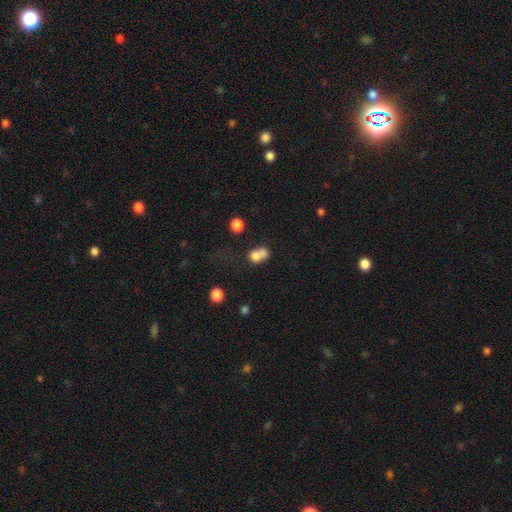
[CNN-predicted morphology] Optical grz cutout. It shows a smooth galaxy with no disk features (73%) that is round (60%). Merging: merger (62%).